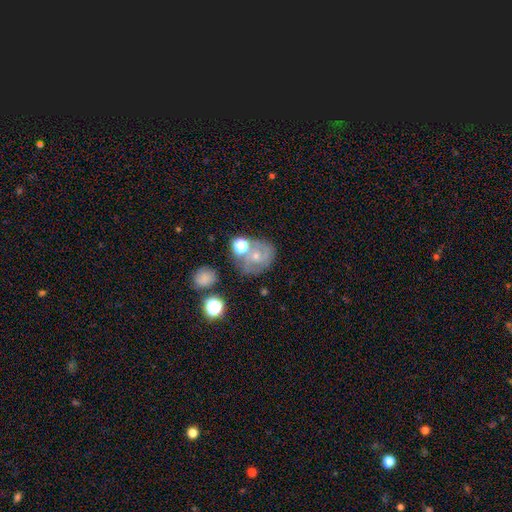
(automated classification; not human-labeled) This appears to be a featured or disk galaxy (49%). Merging: none (51%).